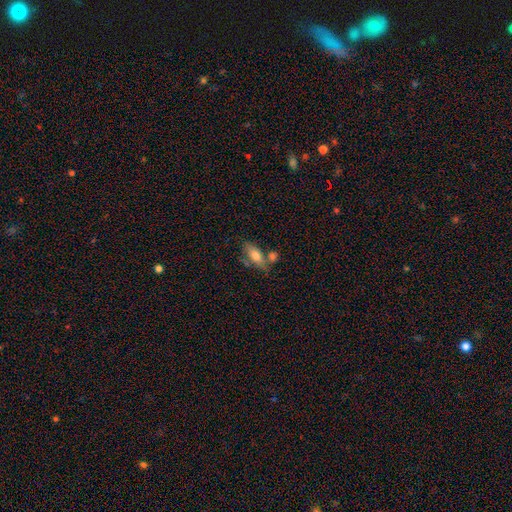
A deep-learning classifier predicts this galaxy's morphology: A smooth galaxy with no disk features (68%) that is in between round and cigar-shaped (76%). Merging: none (50%).